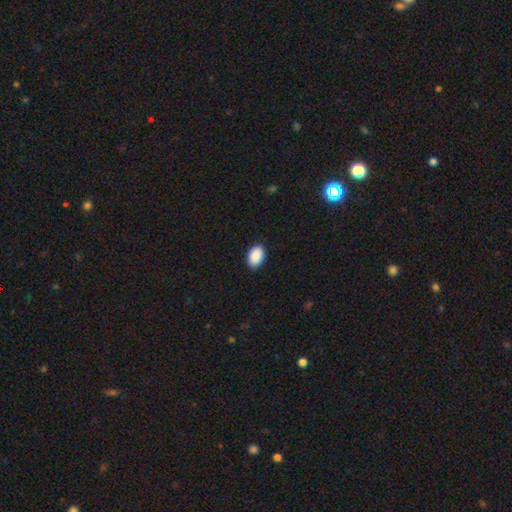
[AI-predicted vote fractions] Morphology: type=smooth (91%); roundness=in between (89%); merging=none (90%).